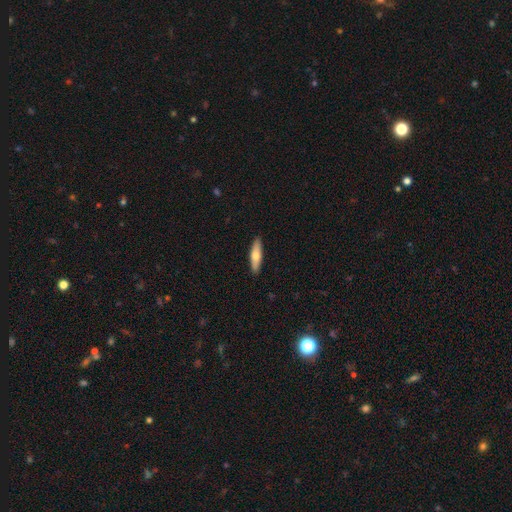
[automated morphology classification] smooth-or-featured: smooth: 63% | featured or disk: 31% | star or artifact: 5%
  how-rounded: cigar-shaped: 68% | in between: 30% | round: 2%
  merging: none: 90% | minor disturbance: 8% | major disturbance: 1% | merger: 1%